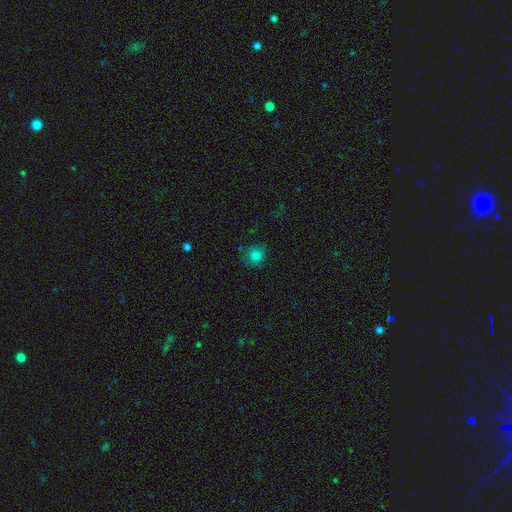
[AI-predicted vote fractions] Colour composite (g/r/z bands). It shows a smooth galaxy with no disk features (78%) that is round (83%). Merging: none (72%).